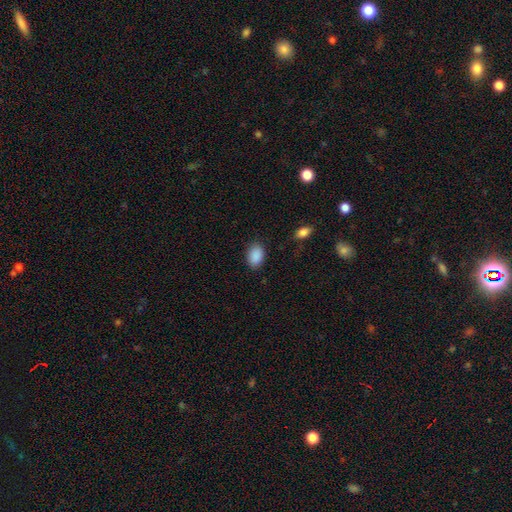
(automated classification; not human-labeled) A smooth galaxy with no disk features (90%) that is in between round and cigar-shaped (86%). Merging: none (85%).